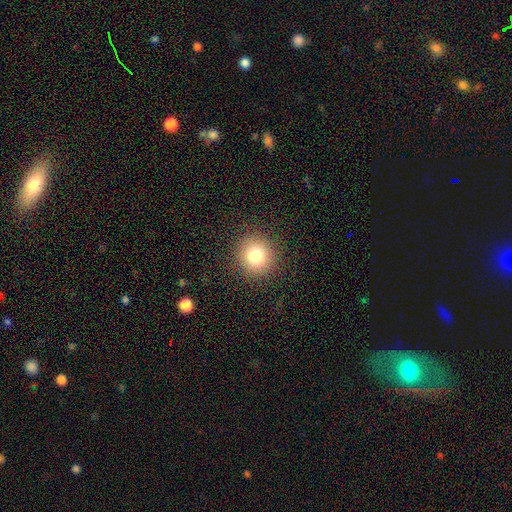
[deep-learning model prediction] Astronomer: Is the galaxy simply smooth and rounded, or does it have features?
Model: smooth — 80%.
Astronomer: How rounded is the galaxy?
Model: round — 92%.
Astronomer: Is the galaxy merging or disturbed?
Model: none — 90%.